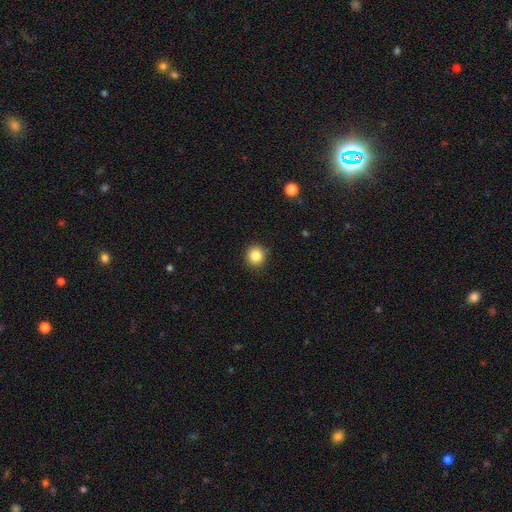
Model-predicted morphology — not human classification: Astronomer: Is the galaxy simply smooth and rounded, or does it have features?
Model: smooth — 85%.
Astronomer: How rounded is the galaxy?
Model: round — 90%.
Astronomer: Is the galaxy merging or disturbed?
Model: none — 88%.